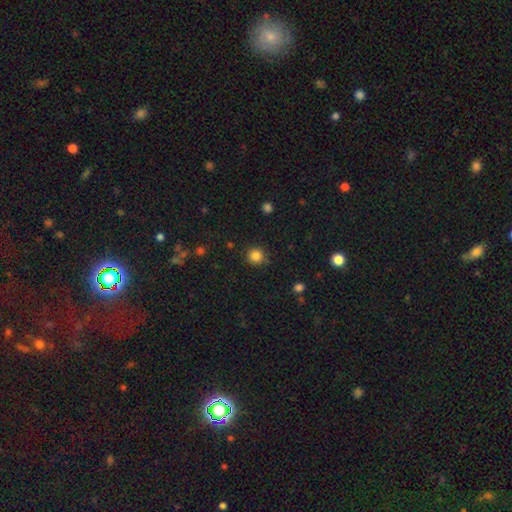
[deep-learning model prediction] Overall: smooth (84%). How rounded: round (94%). Merging: none (87%).